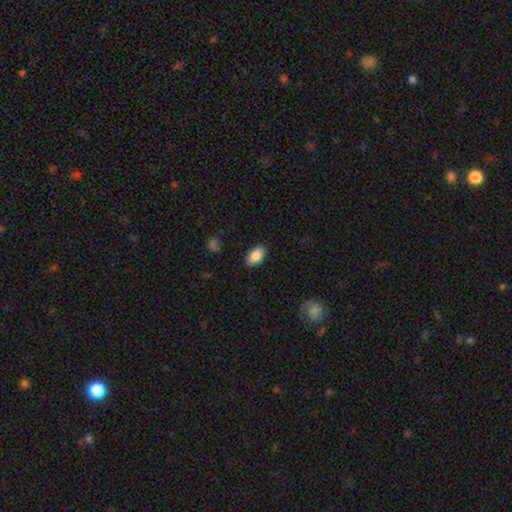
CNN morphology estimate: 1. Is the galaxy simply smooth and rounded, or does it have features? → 86% smooth, 7% star or artifact, 7% featured or disk.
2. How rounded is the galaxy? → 93% in between, 5% round, 2% cigar-shaped.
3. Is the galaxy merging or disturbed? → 88% none, 9% minor disturbance, 2% major disturbance, 1% merger.